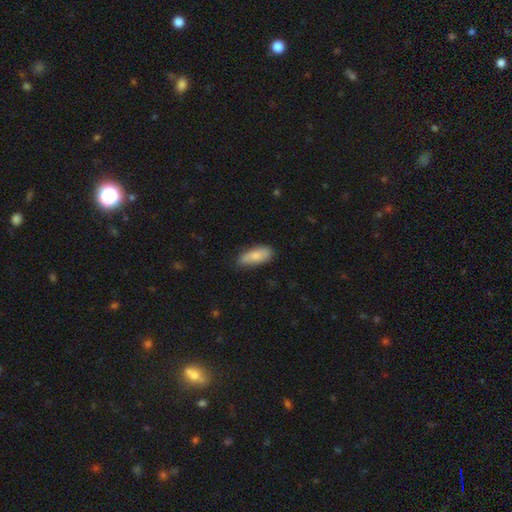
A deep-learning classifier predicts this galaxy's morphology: type=smooth (82%); roundness=in between (78%); merging=none (78%).